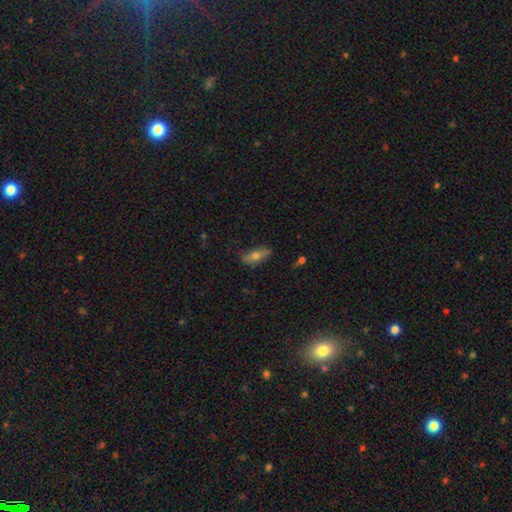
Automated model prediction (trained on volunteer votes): Q: Smooth or featured?
A: smooth (61%); runner-up: featured or disk (31%)
Q: How rounded?
A: in between (62%); runner-up: cigar-shaped (34%)
Q: Merging?
A: none (78%); runner-up: minor disturbance (17%)